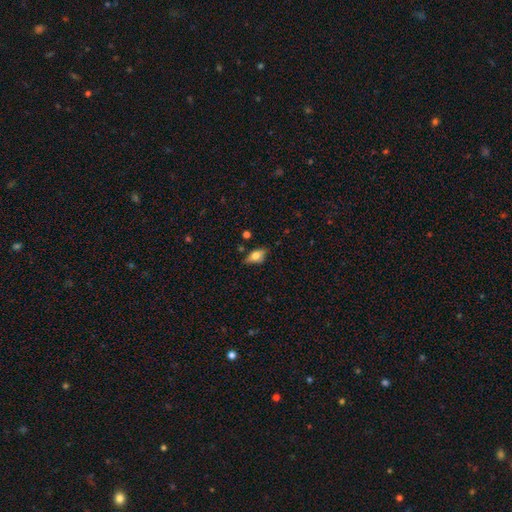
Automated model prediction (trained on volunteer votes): This is likely a smooth galaxy (63%). How rounded: clearly in between (82%). Merging: likely none (60%).